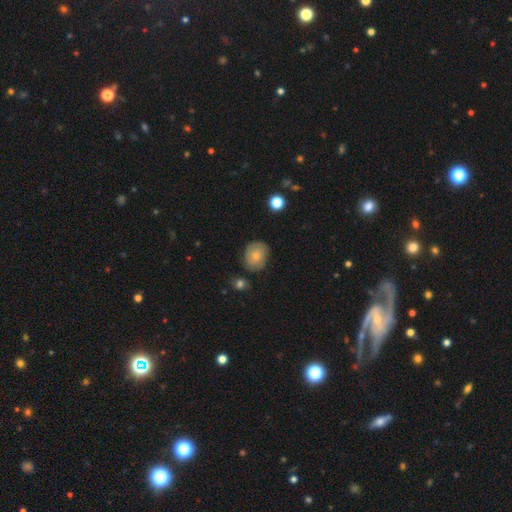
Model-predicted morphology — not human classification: This is likely a smooth galaxy (76%). How rounded: likely round (61%). Merging: likely none (75%).